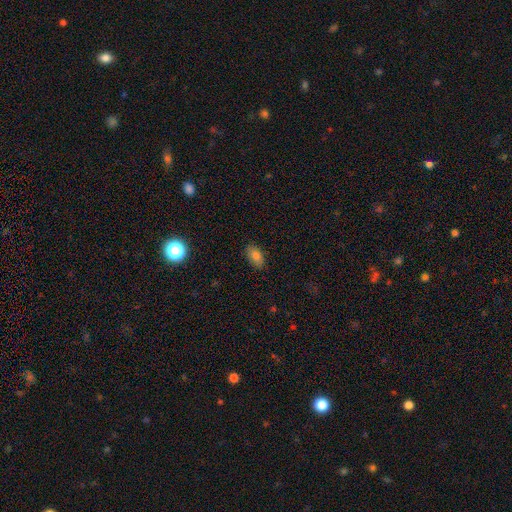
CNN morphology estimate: type=smooth (82%); roundness=in between (92%); merging=none (86%).